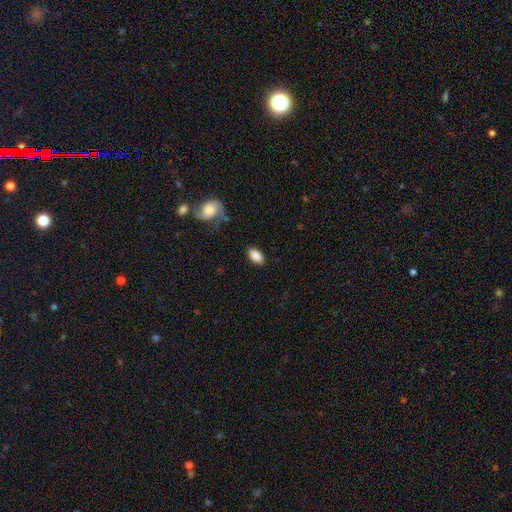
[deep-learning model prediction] Smooth or featured? smooth (85%)
How rounded? in between (93%)
Merging? none (84%)